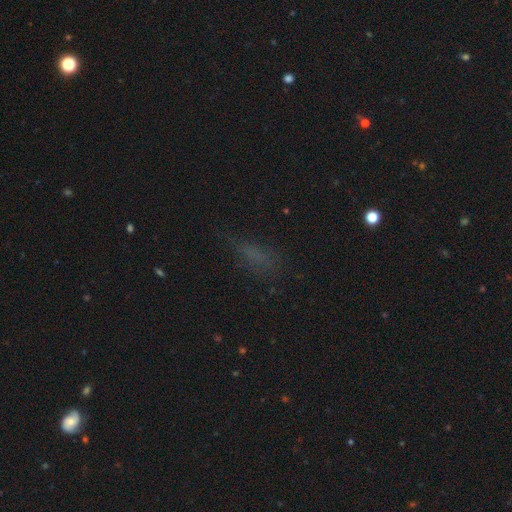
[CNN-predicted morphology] Q: Smooth or featured?
A: smooth (57%); runner-up: star or artifact (26%)
Q: How rounded?
A: in between (56%); runner-up: cigar-shaped (38%)
Q: Merging?
A: none (59%); runner-up: minor disturbance (22%)